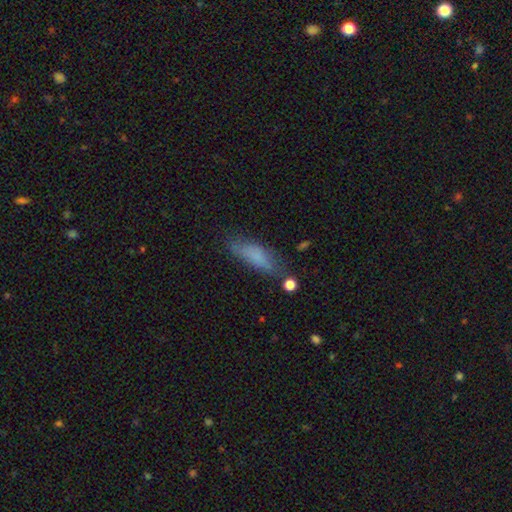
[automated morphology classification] A smooth galaxy with no disk features (73%) that is in between round and cigar-shaped (52%). Merging: none (58%).